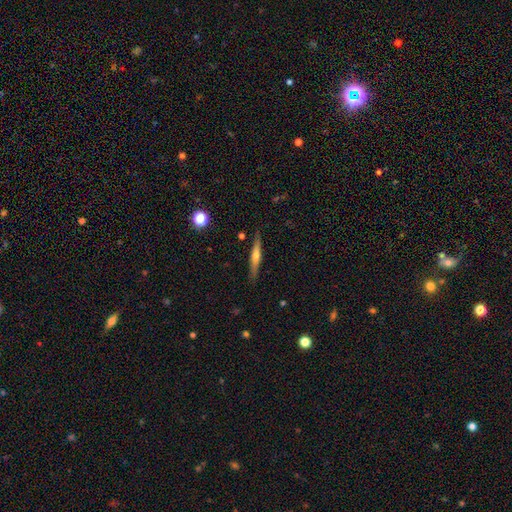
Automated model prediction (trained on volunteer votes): Smooth or featured?
  - featured or disk: 63% *
  - smooth: 30%
  - star or artifact: 7%
Edge-on disk?
  - yes: 97% *
  - no: 3%
Edge-on bulge?
  - rounded: 82% *
  - none: 11%
  - boxy: 7%
Merging?
  - none: 88% *
  - minor disturbance: 9%
  - major disturbance: 2%
  - merger: 1%